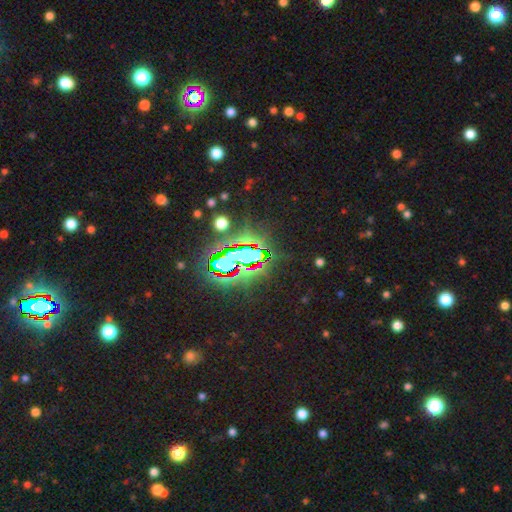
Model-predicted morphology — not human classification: A star or artifact, not a galaxy (72%).

Vote fractions:
- Smooth or featured? star or artifact: 72% / smooth: 16% / featured or disk: 12%